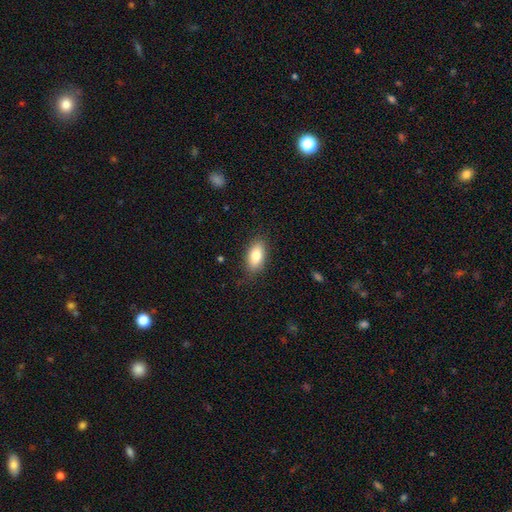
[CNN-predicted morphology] Smooth or featured? Predicted: smooth (p=0.81). How rounded? Predicted: in between (p=0.90). Merging? Predicted: none (p=0.84).